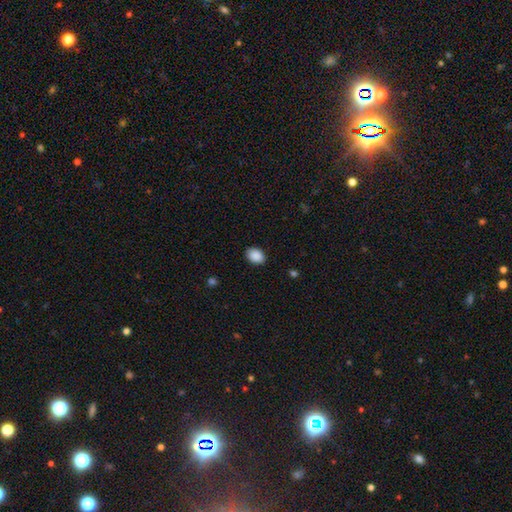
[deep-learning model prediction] Morphology: type=smooth (90%); roundness=in between (72%); merging=none (88%).